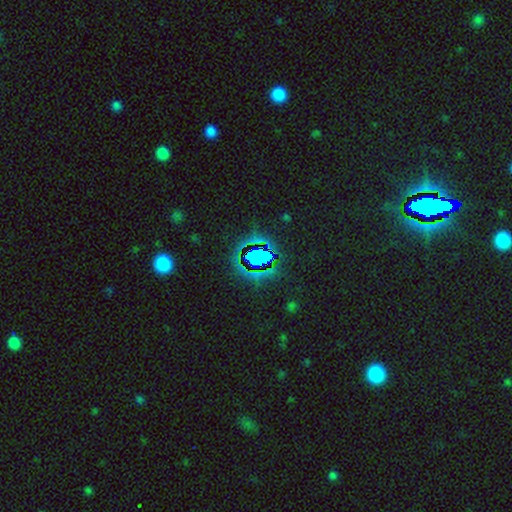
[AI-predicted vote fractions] Q: Smooth or featured?
A: star or artifact (70%); runner-up: smooth (20%)